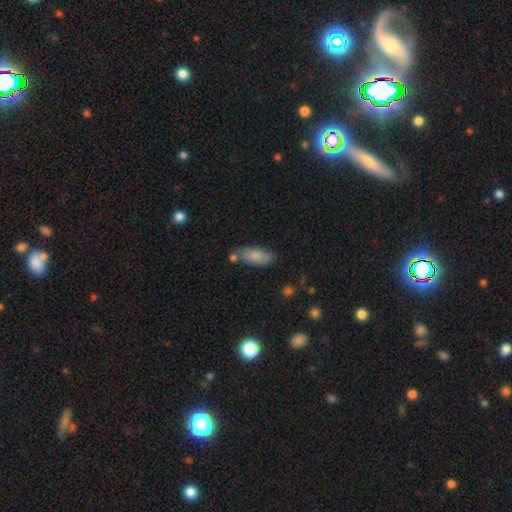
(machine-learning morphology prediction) Smooth or featured? smooth (82%)
How rounded? in between (80%)
Merging? none (65%)